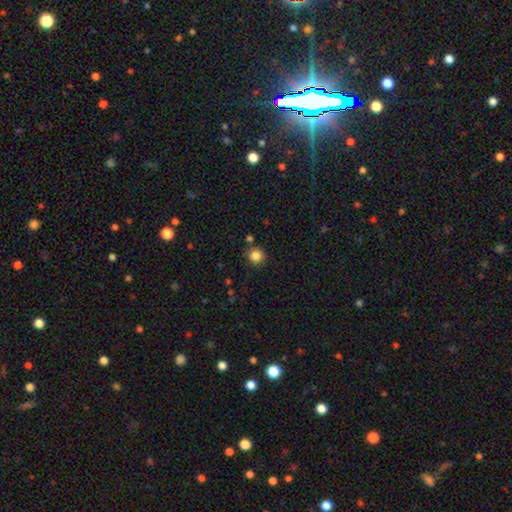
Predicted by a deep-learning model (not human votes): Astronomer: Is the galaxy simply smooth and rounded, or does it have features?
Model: smooth — 84%.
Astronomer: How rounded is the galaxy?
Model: round — 92%.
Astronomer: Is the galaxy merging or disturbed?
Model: none — 85%.